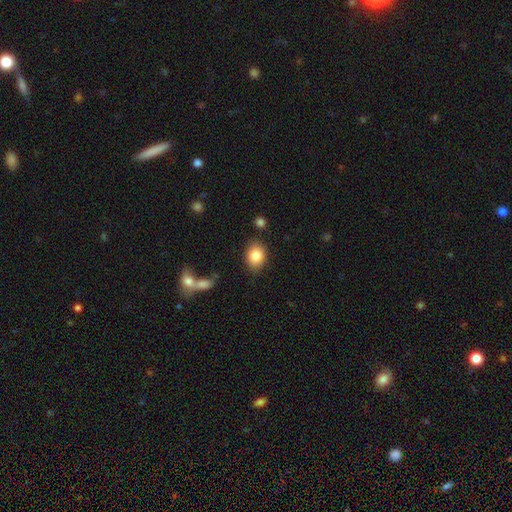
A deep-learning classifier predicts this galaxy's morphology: Smooth or featured: smooth — 85% (star or artifact — 8%)
How rounded: in between — 62% (round — 37%)
Merging: none — 82% (minor disturbance — 12%)